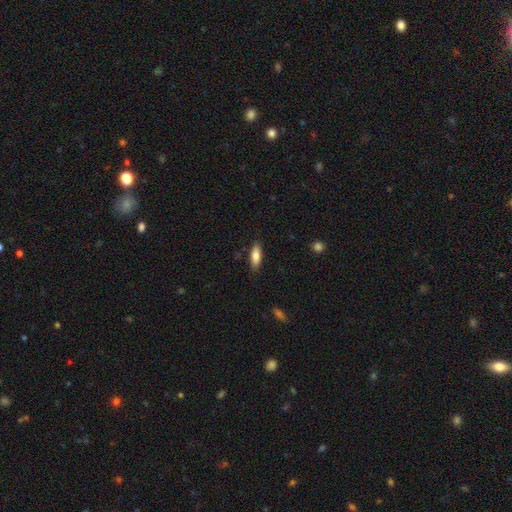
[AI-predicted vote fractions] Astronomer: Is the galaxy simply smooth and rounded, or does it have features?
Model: smooth — 82%.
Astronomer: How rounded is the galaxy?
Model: in between — 57% (runner-up: cigar-shaped, 42%).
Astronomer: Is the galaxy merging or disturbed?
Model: none — 86%.